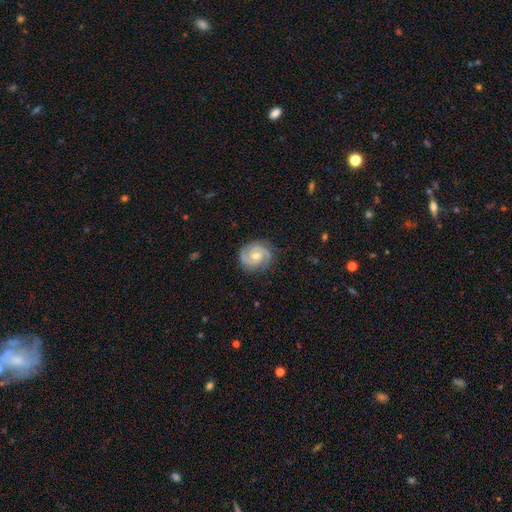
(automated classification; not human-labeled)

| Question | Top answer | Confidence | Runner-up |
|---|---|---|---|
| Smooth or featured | featured or disk | 85% | smooth (9%) |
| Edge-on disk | no | 98% | yes (2%) |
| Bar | no | 66% | weak (28%) |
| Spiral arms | yes | 97% | no (3%) |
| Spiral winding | tight | 65% | medium (30%) |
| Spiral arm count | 2 | 69% | 3 (15%) |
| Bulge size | moderate | 55% | small (41%) |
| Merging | none | 83% | minor disturbance (13%) |